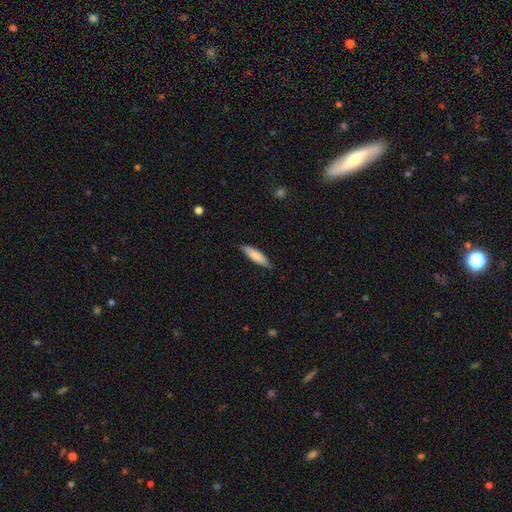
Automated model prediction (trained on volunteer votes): smooth-or-featured: smooth: 79% | featured or disk: 15% | star or artifact: 6%
  how-rounded: cigar-shaped: 69% | in between: 30% | round: 1%
  merging: none: 82% | minor disturbance: 15% | major disturbance: 2% | merger: 1%